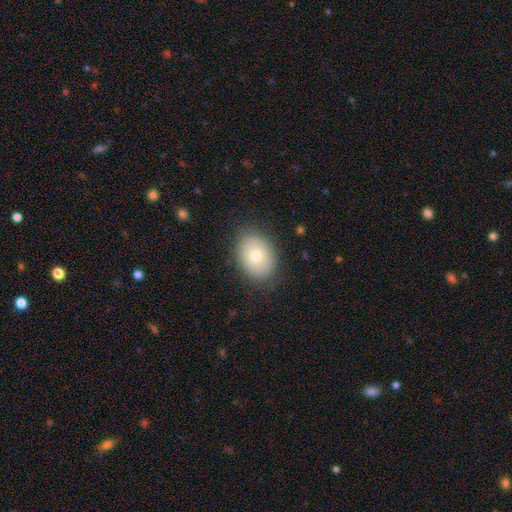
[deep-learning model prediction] This appears to be a smooth galaxy with no disk features (73%) that is in between round and cigar-shaped (69%). Merging: none (84%).